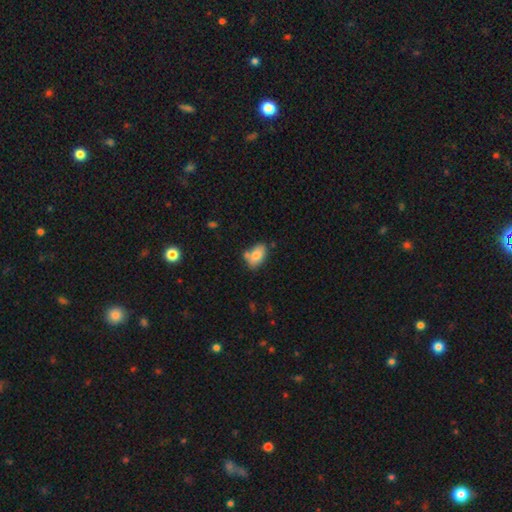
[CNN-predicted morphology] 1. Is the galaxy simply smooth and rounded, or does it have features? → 80% smooth, 12% featured or disk, 8% star or artifact.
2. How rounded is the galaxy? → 89% in between, 9% round, 2% cigar-shaped.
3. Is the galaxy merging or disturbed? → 59% none, 21% minor disturbance, 16% merger, 5% major disturbance.